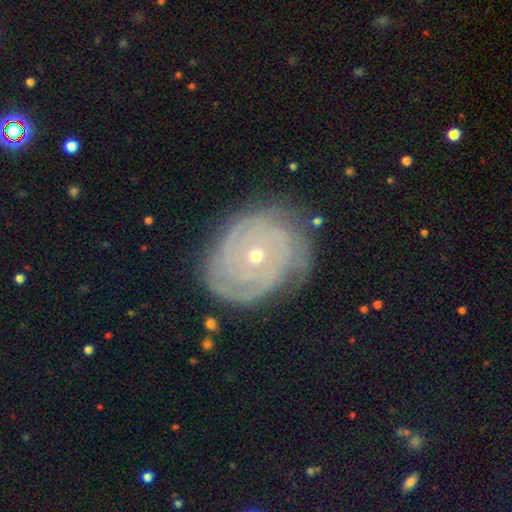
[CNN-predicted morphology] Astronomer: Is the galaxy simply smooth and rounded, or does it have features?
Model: featured or disk — 86%.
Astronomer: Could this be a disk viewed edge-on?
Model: no — 97%.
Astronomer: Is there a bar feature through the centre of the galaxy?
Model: no — 81%.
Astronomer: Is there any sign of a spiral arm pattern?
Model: yes — 94%.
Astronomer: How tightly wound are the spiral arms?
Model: tight — 84%.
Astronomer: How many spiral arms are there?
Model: can't tell — 31% (runner-up: 3, 22%).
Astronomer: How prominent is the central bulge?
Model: small — 66%.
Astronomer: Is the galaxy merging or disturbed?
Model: none — 73%.